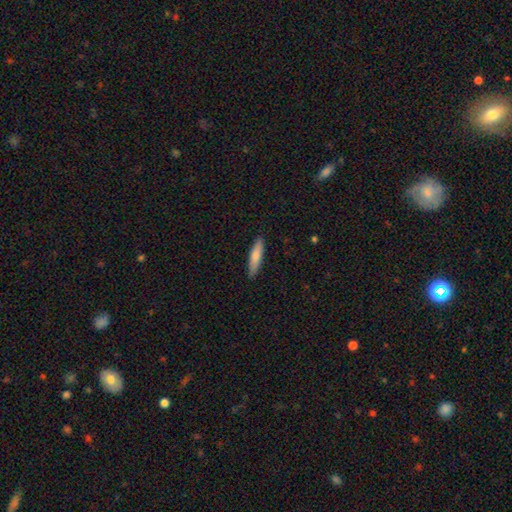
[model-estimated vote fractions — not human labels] Smooth or featured: smooth — 77% (featured or disk — 17%)
How rounded: cigar-shaped — 79% (in between — 20%)
Merging: none — 88% (minor disturbance — 9%)